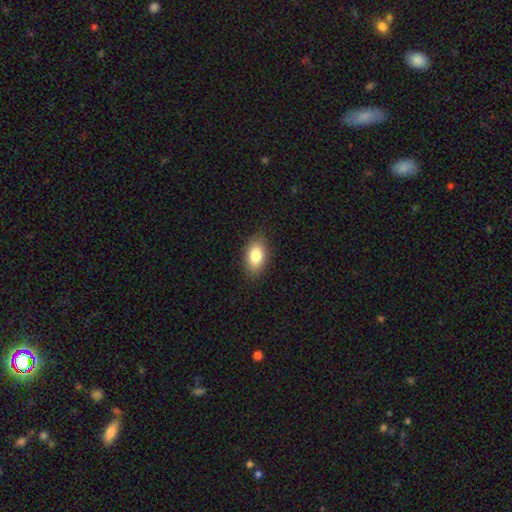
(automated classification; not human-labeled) This is clearly a smooth galaxy (83%). How rounded: clearly in between (92%). Merging: clearly none (87%).